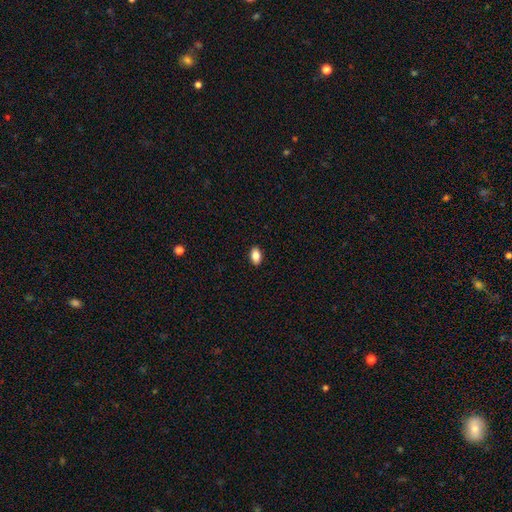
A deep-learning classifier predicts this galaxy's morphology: Overall: smooth (85%). How rounded: in between (90%). Merging: none (90%).